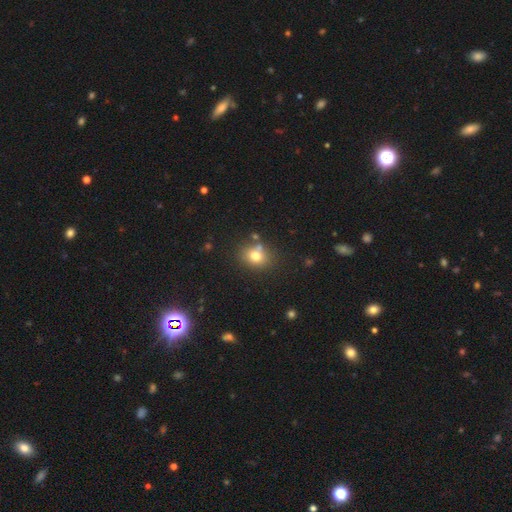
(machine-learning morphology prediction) smooth_or_featured: smooth (p=0.75) [alt: star or artifact p=0.13]
how_rounded: round (p=0.57) [alt: in between p=0.42]
merging: none (p=0.72) [alt: minor disturbance p=0.13]